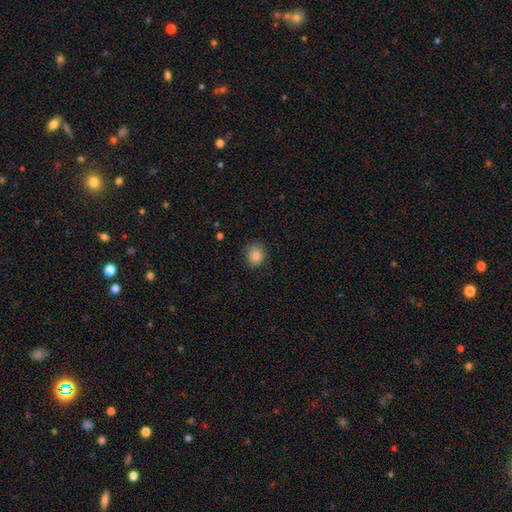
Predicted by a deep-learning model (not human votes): A smooth galaxy with no disk features (87%) that is round (71%).

Vote fractions:
- Smooth or featured? smooth: 87% / star or artifact: 9% / featured or disk: 4%
- How rounded? round: 71% / in between: 28% / cigar-shaped: 1%
- Merging? none: 78% / minor disturbance: 17% / major disturbance: 4% / merger: 1%